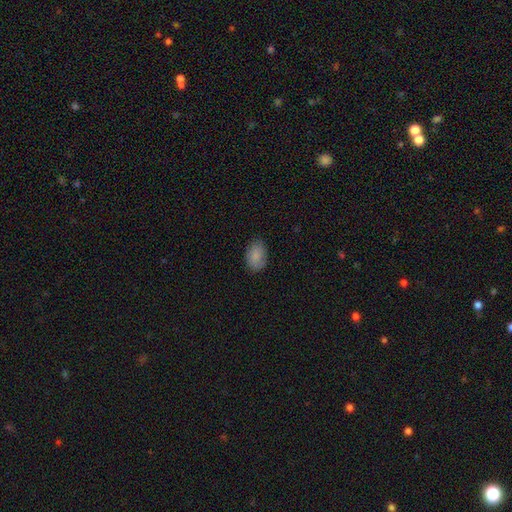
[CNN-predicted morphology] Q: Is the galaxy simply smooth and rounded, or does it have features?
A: smooth — 86%.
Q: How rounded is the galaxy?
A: in between — 84%.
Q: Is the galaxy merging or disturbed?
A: none — 81%.